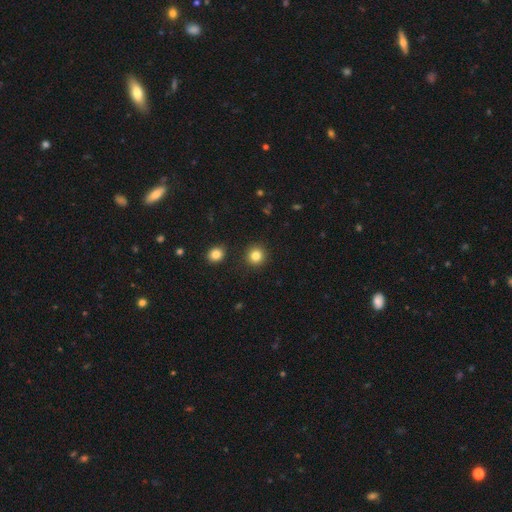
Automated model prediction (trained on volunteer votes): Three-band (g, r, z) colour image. It shows a smooth galaxy with no disk features (83%) that is round (93%). Merging: none (91%).